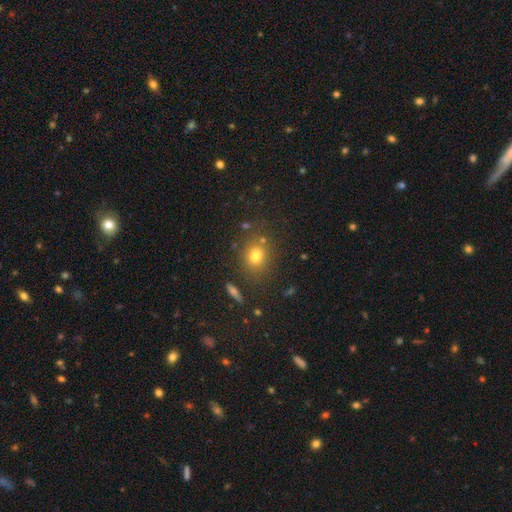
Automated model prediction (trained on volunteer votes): Overall: smooth (73%). How rounded: round (60%; in between 39%). Merging: none (77%).